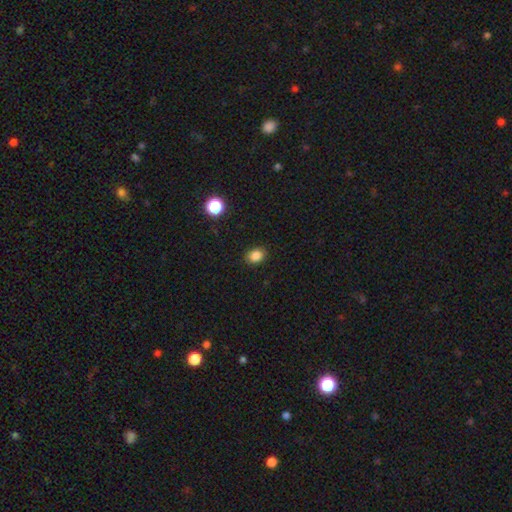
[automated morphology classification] smooth_or_featured: smooth (p=0.85) [alt: star or artifact p=0.11]
how_rounded: in between (p=0.55) [alt: round p=0.44]
merging: none (p=0.89) [alt: minor disturbance p=0.08]